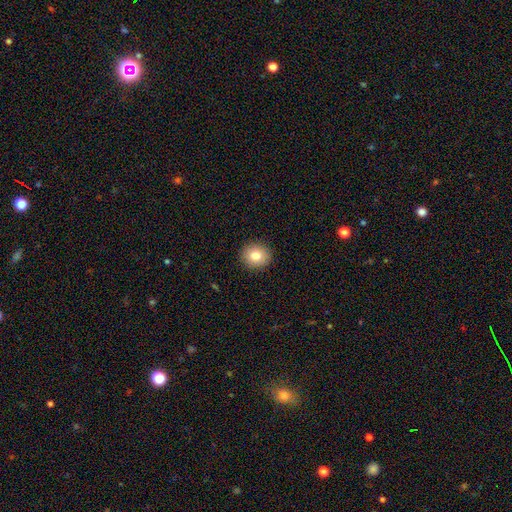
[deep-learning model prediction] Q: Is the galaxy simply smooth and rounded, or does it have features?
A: smooth — 80%.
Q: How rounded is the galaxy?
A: round — 86%.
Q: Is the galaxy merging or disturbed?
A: none — 92%.